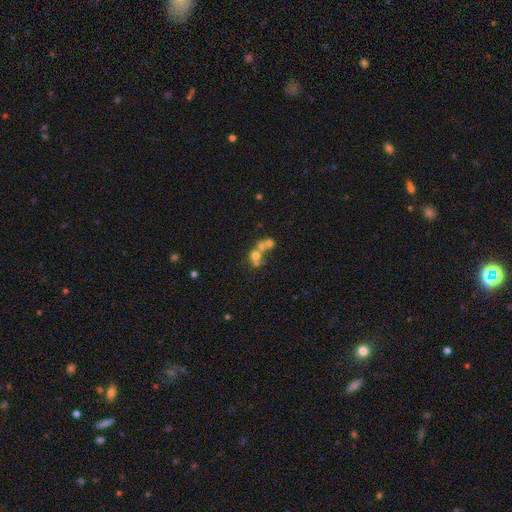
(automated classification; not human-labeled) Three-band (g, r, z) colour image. It shows a smooth galaxy with no disk features (56%) that is round (78%). Merging: merger (57%).